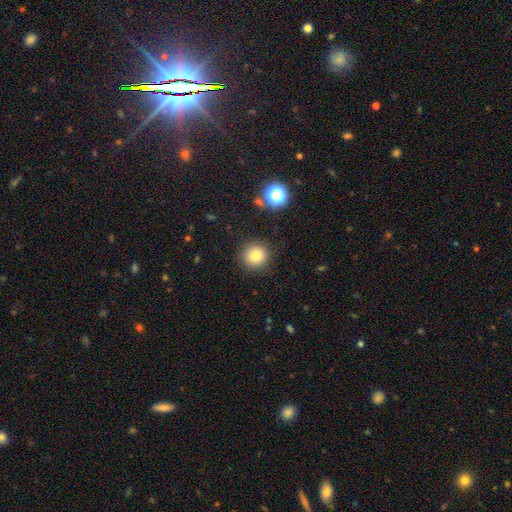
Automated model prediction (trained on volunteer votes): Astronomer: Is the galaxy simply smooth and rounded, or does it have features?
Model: smooth — 84%.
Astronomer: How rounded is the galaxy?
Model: round — 92%.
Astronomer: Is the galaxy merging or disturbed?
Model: none — 87%.